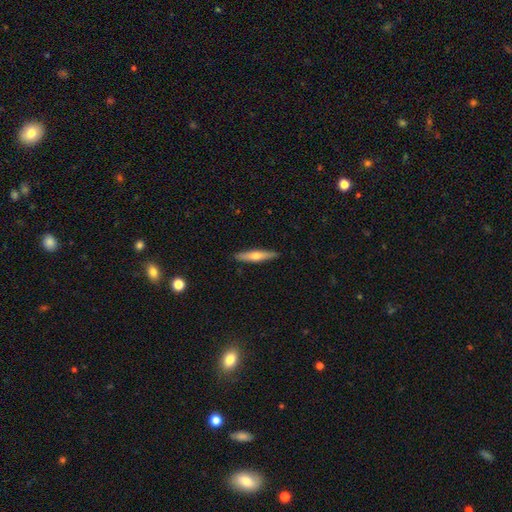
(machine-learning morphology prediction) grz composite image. It shows a smooth galaxy with no disk features (52%) that is cigar-shaped (87%). Merging: none (90%).